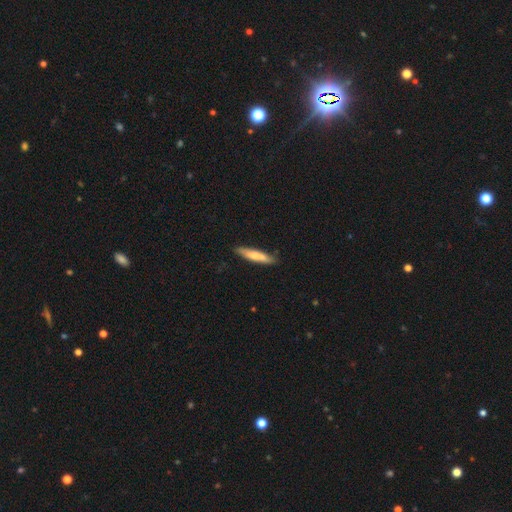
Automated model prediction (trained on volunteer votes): Smooth or featured: smooth — 68% (featured or disk — 27%)
How rounded: cigar-shaped — 86% (in between — 12%)
Merging: none — 85% (minor disturbance — 12%)